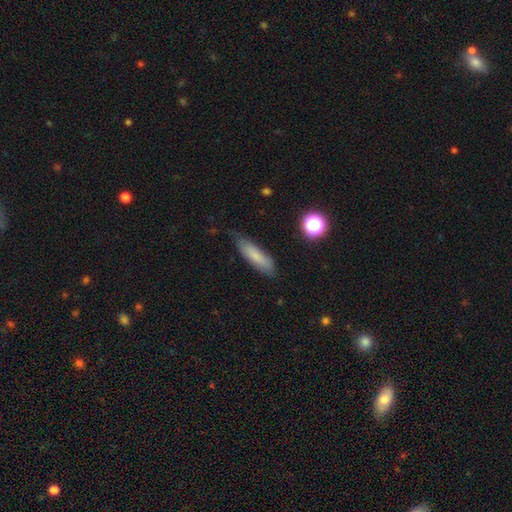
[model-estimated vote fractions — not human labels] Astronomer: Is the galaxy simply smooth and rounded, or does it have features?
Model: smooth — 78%.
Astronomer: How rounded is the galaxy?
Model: cigar-shaped — 62%.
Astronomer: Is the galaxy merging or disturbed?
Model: none — 74%.